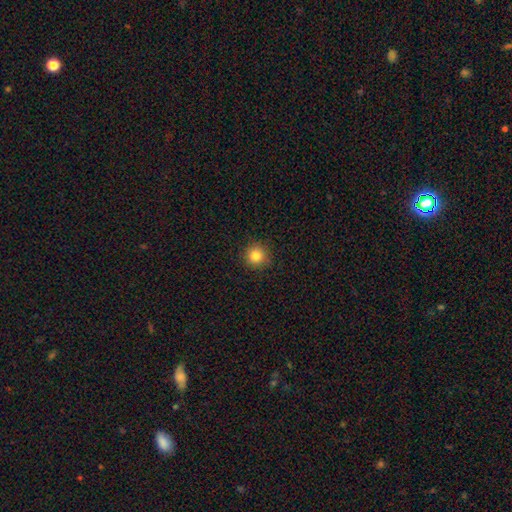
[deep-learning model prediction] Overall: smooth (84%). How rounded: round (94%). Merging: none (91%).